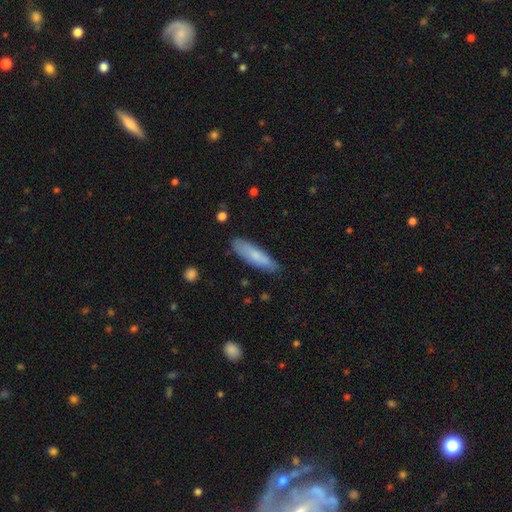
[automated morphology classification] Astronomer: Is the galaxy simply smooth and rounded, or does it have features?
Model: smooth — 73%.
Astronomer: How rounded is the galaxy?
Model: cigar-shaped — 63%.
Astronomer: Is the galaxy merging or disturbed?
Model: none — 82%.